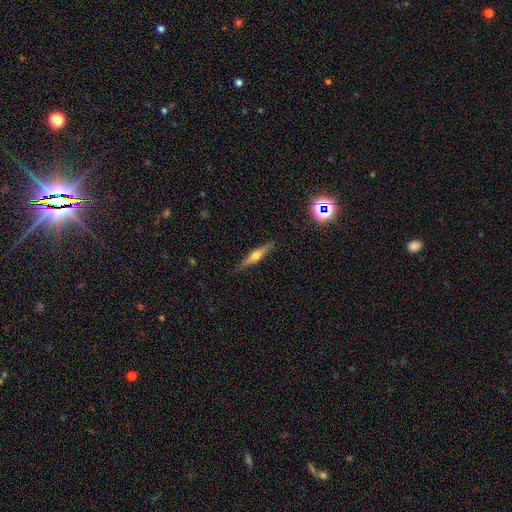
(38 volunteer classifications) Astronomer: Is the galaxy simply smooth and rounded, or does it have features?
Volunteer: featured or disk — 76%.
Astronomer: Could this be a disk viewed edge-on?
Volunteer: yes — 93%.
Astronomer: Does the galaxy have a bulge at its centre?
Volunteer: rounded — 96%.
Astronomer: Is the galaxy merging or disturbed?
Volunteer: none — 89%.